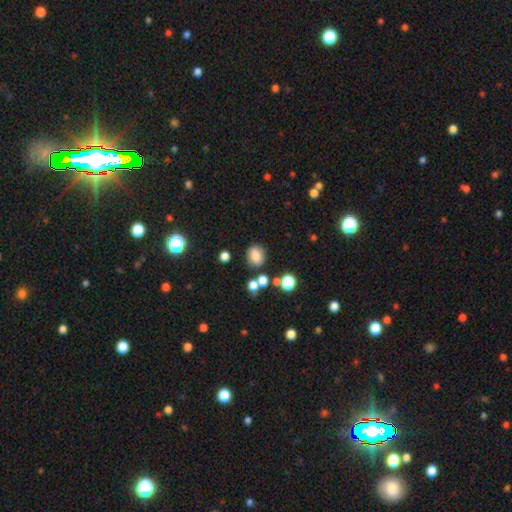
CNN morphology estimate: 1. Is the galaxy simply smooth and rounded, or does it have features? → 76% smooth, 14% star or artifact, 10% featured or disk.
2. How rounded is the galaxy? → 59% round, 40% in between, 1% cigar-shaped.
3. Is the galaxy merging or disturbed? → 75% none, 12% minor disturbance, 8% merger, 4% major disturbance.